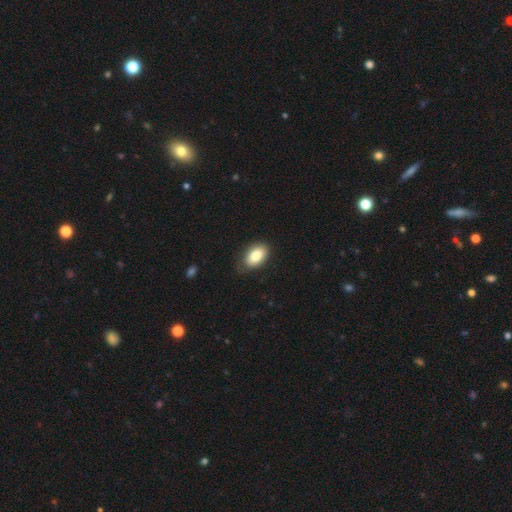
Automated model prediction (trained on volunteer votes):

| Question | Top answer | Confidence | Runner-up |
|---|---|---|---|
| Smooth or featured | smooth | 85% | featured or disk (8%) |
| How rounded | in between | 92% | round (6%) |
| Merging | none | 75% | minor disturbance (20%) |